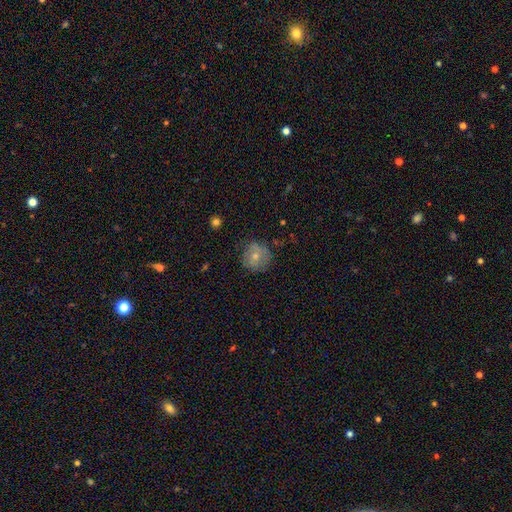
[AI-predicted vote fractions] The model was most divided on "smooth or featured": smooth: 64%, featured or disk: 27%, star or artifact: 9%. More confident: how rounded — round (89%); merging — none (71%).